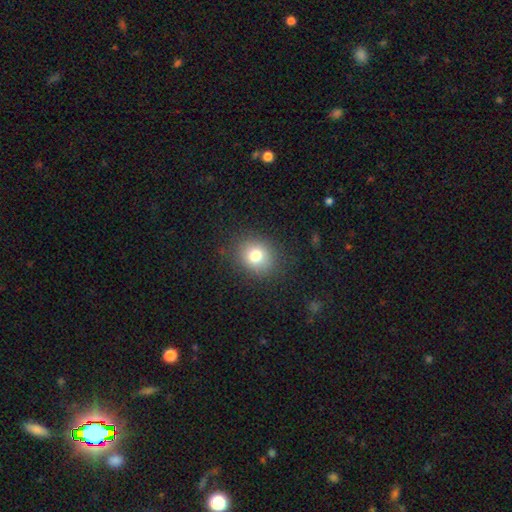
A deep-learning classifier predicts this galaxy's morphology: Smooth or featured? Predicted: smooth (p=0.79). How rounded? Predicted: round (p=0.65). Merging? Predicted: none (p=0.85).